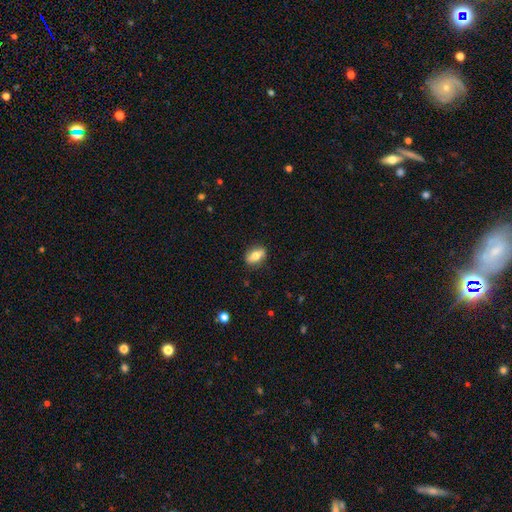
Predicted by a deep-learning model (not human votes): This appears to be a smooth galaxy with no disk features (71%) that is in between round and cigar-shaped (82%). Merging: none (84%).